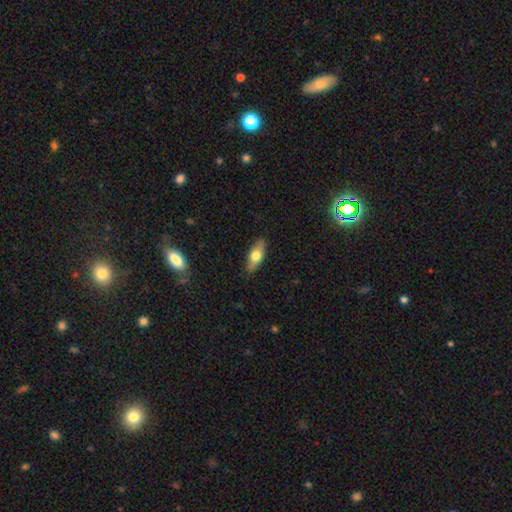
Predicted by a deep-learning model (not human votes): Overall: smooth (64%; featured or disk 30%). How rounded: in between (73%). Merging: none (85%).